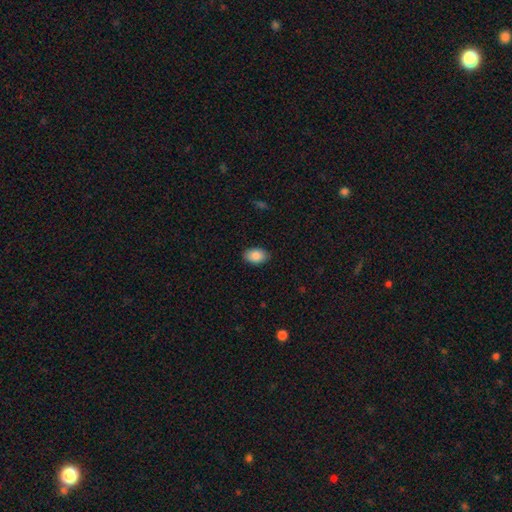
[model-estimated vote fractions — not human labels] smooth-or-featured: smooth: 89% | star or artifact: 7% | featured or disk: 5%
  how-rounded: in between: 89% | round: 10% | cigar-shaped: 1%
  merging: none: 88% | minor disturbance: 9% | major disturbance: 2% | merger: 1%